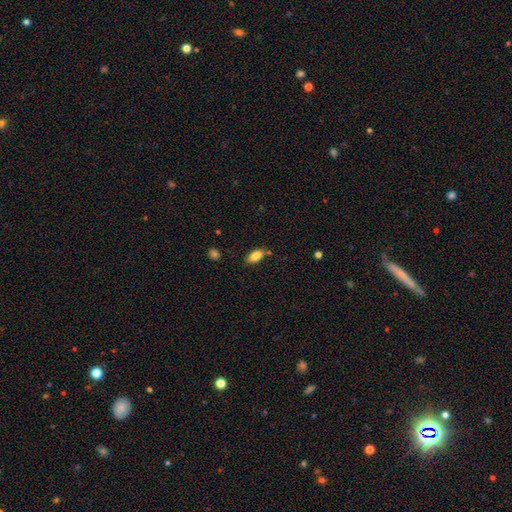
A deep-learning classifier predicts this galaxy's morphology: smooth_or_featured: smooth (p=0.84) [alt: featured or disk p=0.08]
how_rounded: in between (p=0.90) [alt: cigar-shaped p=0.06]
merging: none (p=0.78) [alt: minor disturbance p=0.14]